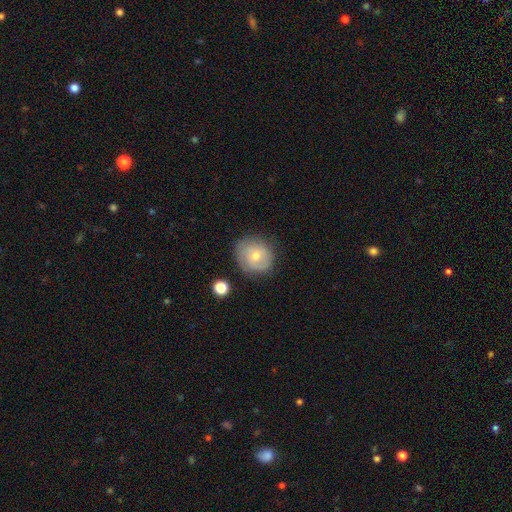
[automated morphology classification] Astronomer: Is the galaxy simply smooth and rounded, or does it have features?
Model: smooth — 48% (runner-up: featured or disk, 42%).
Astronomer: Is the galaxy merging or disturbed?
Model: none — 74%.